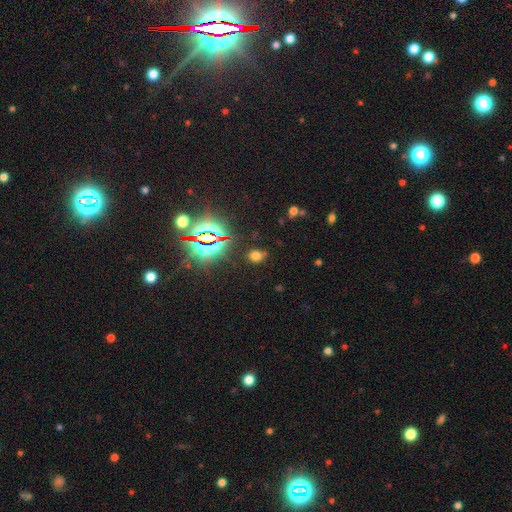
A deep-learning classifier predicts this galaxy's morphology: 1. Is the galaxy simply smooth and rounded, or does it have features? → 57% smooth, 36% star or artifact, 7% featured or disk.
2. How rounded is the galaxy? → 53% round, 45% in between, 2% cigar-shaped.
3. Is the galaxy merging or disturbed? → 80% none, 13% minor disturbance, 5% major disturbance, 3% merger.